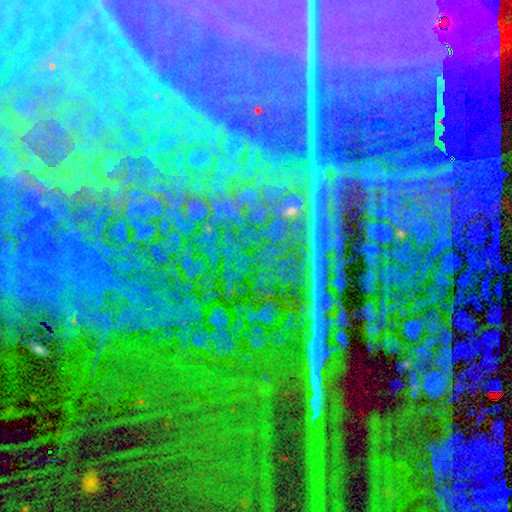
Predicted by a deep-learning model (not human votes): Smooth or featured?
  - star or artifact: 87% *
  - featured or disk: 8%
  - smooth: 5%